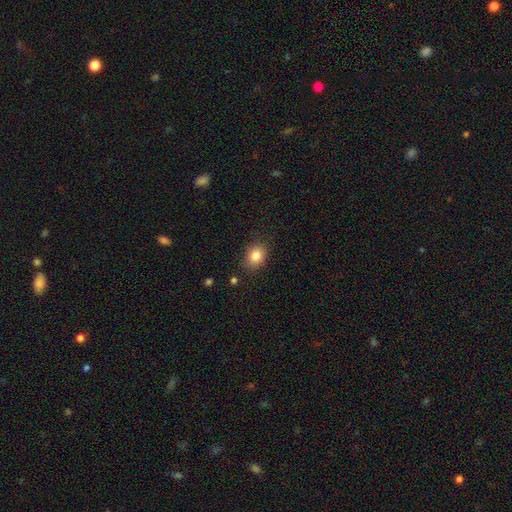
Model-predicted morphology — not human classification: A smooth galaxy with no disk features (84%) that is in between round and cigar-shaped (61%).

Vote fractions:
- Smooth or featured? smooth: 84% / star or artifact: 10% / featured or disk: 6%
- How rounded? in between: 61% / round: 38% / cigar-shaped: 1%
- Merging? none: 84% / minor disturbance: 12% / major disturbance: 3% / merger: 2%